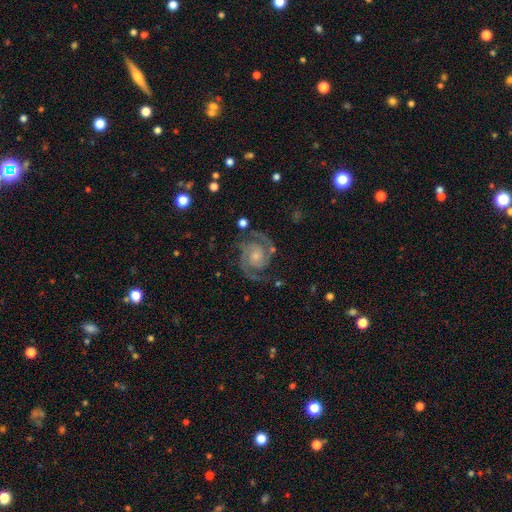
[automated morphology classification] This appears to be a featured or disk galaxy (92%) with no bar (68%), 2 (89%) tight (47%) spiral arms (99%) and a small central bulge (53%). Merging: none (78%).